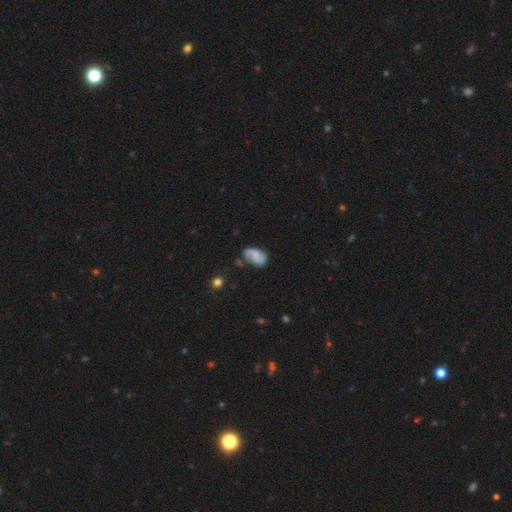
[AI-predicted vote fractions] A smooth galaxy with no disk features (50%) that is in between round and cigar-shaped (89%). Merging: none (49%).